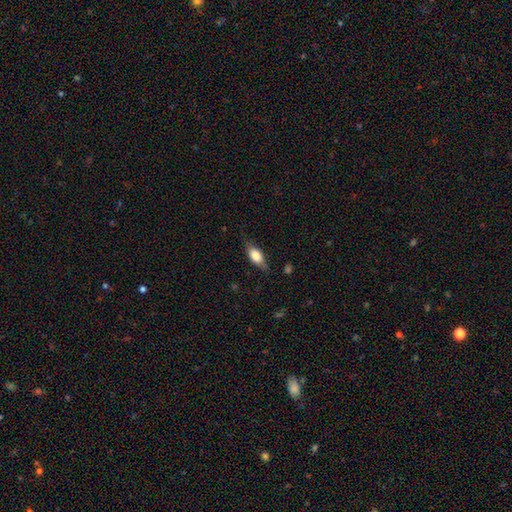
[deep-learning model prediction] smooth-or-featured: smooth: 74% | featured or disk: 19% | star or artifact: 7%
  how-rounded: in between: 82% | cigar-shaped: 13% | round: 5%
  merging: none: 73% | minor disturbance: 21% | major disturbance: 5% | merger: 1%